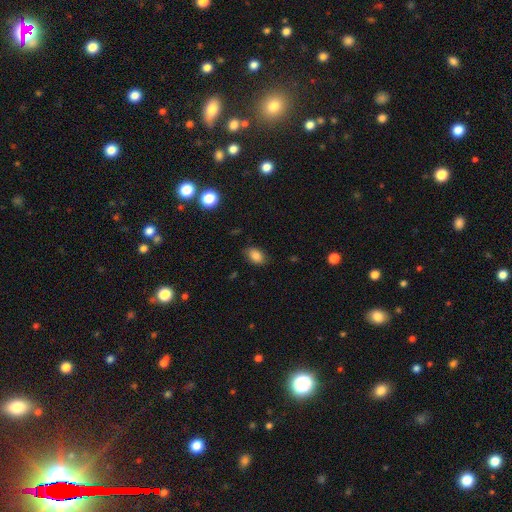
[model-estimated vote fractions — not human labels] smooth-or-featured: smooth: 85% | star or artifact: 9% | featured or disk: 6%
  how-rounded: in between: 84% | round: 14% | cigar-shaped: 1%
  merging: none: 84% | minor disturbance: 12% | major disturbance: 3% | merger: 1%